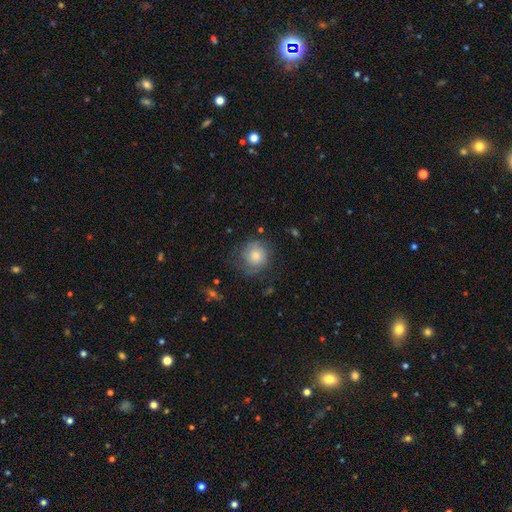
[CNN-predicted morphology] Smooth or featured: smooth — 65% (featured or disk — 26%)
How rounded: round — 88% (in between — 11%)
Merging: none — 60% (minor disturbance — 24%)